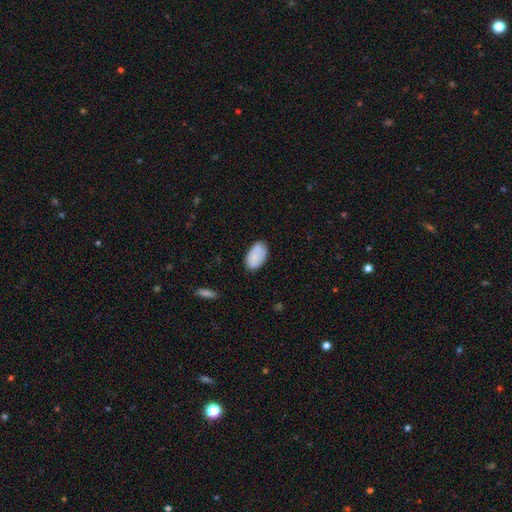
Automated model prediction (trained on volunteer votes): Smooth or featured? Predicted: smooth (p=0.83). How rounded? Predicted: in between (p=0.94). Merging? Predicted: none (p=0.79).